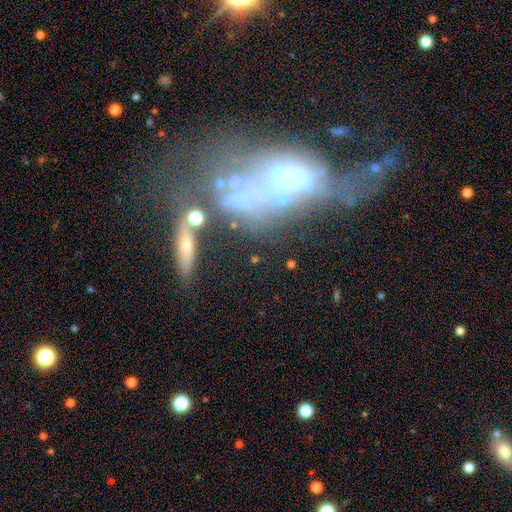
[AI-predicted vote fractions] Smooth or featured: featured or disk — 55% (smooth — 24%)
Edge-on disk: no — 76% (yes — 24%)
Merging: merger — 37% (major disturbance — 32%)